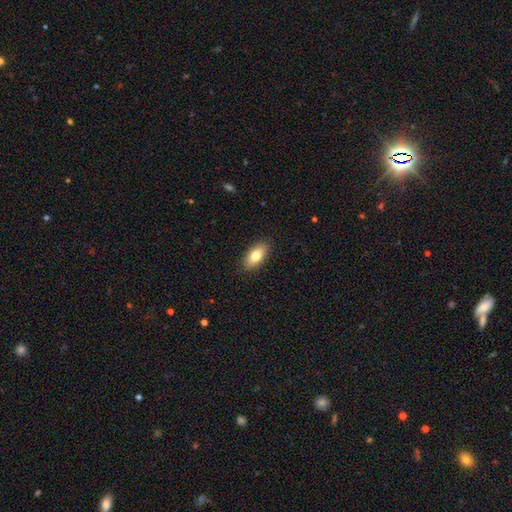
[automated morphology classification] Smooth or featured? Predicted: smooth (p=0.78). How rounded? Predicted: in between (p=0.89). Merging? Predicted: none (p=0.89).